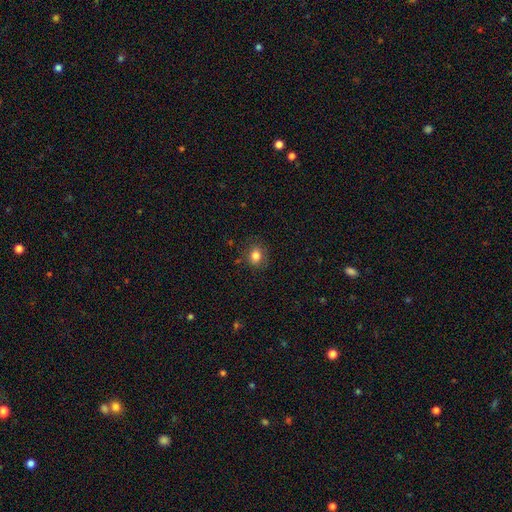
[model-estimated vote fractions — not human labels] Overall: smooth (82%). How rounded: round (63%; in between 36%). Merging: none (81%).